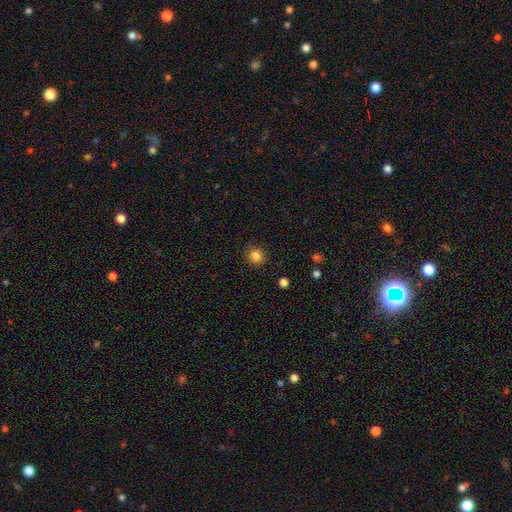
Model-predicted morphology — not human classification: Smooth or featured? smooth (84%)
How rounded? round (90%)
Merging? none (90%)